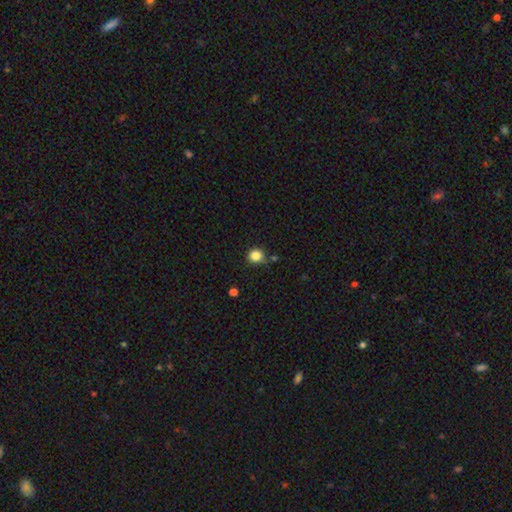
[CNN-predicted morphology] This is clearly a smooth galaxy (84%). How rounded: clearly round (89%). Merging: likely none (75%).